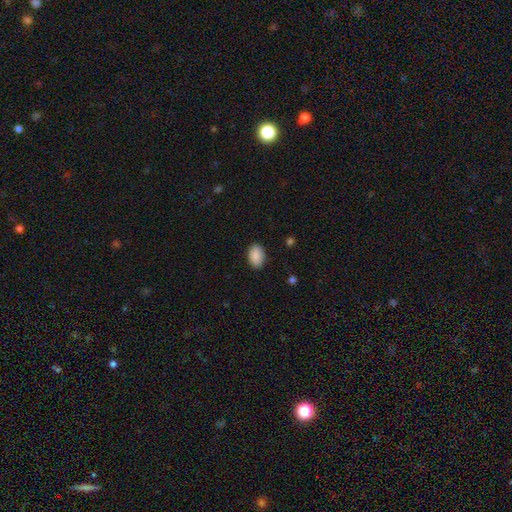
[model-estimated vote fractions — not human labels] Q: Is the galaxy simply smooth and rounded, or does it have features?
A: smooth — 90%.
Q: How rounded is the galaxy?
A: in between — 89%.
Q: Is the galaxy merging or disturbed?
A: none — 86%.